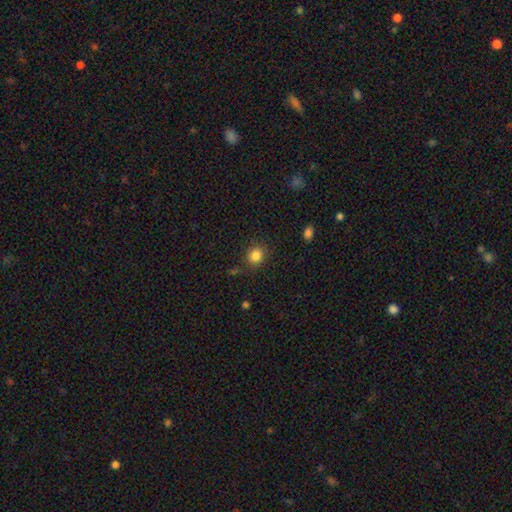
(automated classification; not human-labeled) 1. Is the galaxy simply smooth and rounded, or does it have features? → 84% smooth, 11% star or artifact, 5% featured or disk.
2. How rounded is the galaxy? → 82% round, 17% in between, 1% cigar-shaped.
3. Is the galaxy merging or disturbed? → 85% none, 10% minor disturbance, 3% major disturbance, 2% merger.